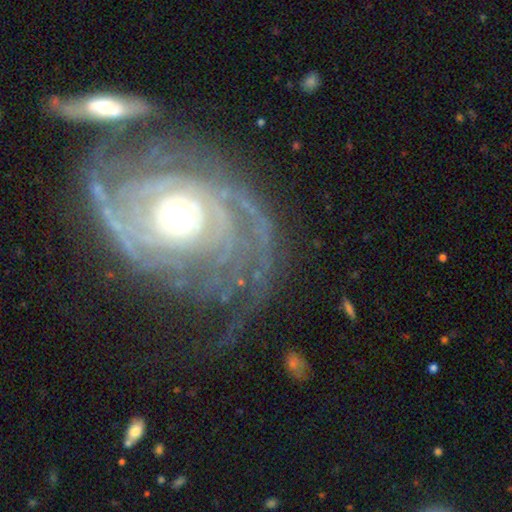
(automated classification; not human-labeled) smooth_or_featured: featured or disk (p=0.89) [alt: smooth p=0.05]
disk_edge_on: no (p=0.96) [alt: yes p=0.04]
bar: no (p=0.74) [alt: weak p=0.17]
has_spiral_arms: yes (p=0.95) [alt: no p=0.05]
spiral_winding: tight (p=0.67) [alt: medium p=0.24]
spiral_arm_count: 2 (p=0.28) [alt: can't tell p=0.26]
bulge_size: moderate (p=0.69) [alt: small p=0.16]
merging: none (p=0.53) [alt: minor disturbance p=0.20]